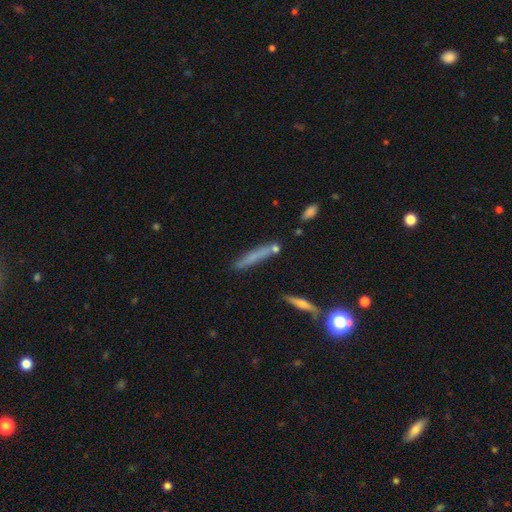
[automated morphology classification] This appears to be a smooth galaxy with no disk features (61%) that is cigar-shaped (92%). Merging: none (79%).